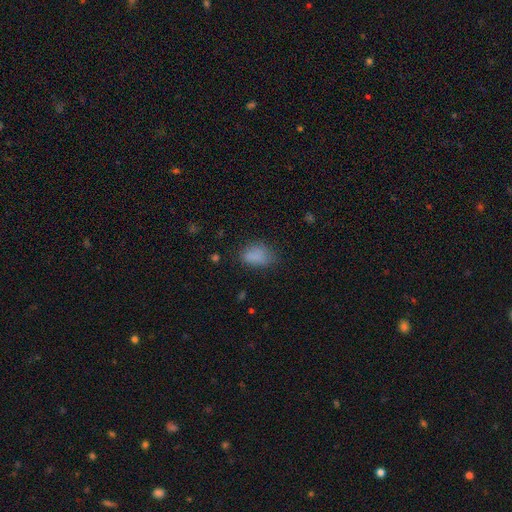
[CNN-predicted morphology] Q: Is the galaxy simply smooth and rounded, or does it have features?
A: smooth — 82%.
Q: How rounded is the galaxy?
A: in between — 83%.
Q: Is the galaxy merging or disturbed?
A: none — 62%.